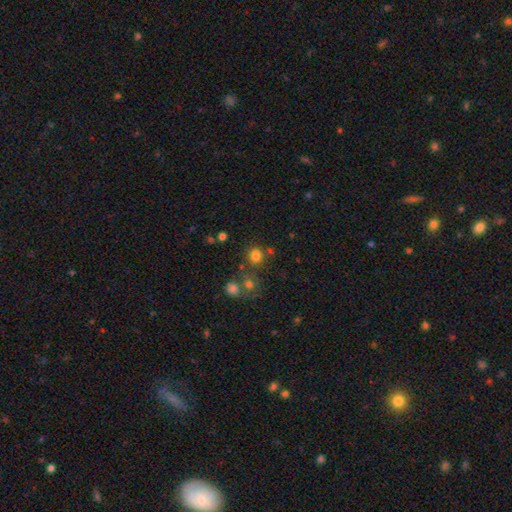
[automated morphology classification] smooth_or_featured: smooth (p=0.77) [alt: star or artifact p=0.16]
how_rounded: round (p=0.86) [alt: in between p=0.13]
merging: none (p=0.70) [alt: merger p=0.16]